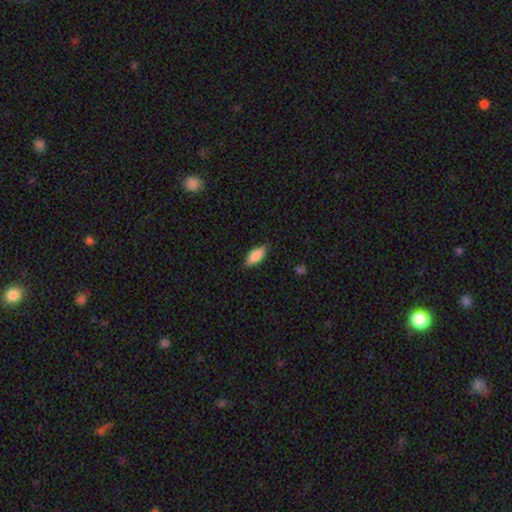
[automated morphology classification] smooth-or-featured: smooth: 79% | featured or disk: 14% | star or artifact: 7%
  how-rounded: in between: 80% | cigar-shaped: 17% | round: 3%
  merging: none: 84% | minor disturbance: 13% | major disturbance: 3% | merger: 1%